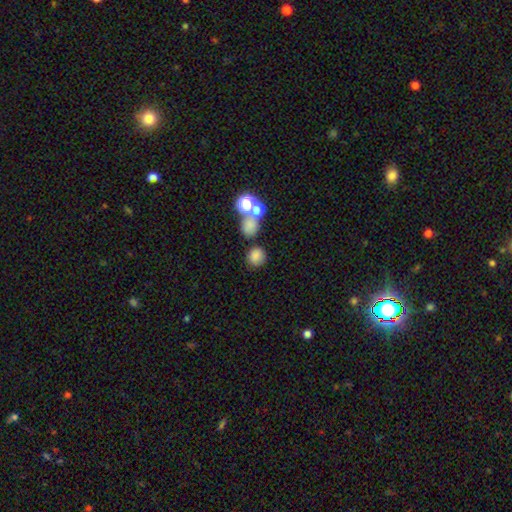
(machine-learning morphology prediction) The model was most divided on "merging": none: 69%, merger: 16%, minor disturbance: 10%, major disturbance: 5%. More confident: how rounded — round (81%); smooth or featured — smooth (79%).